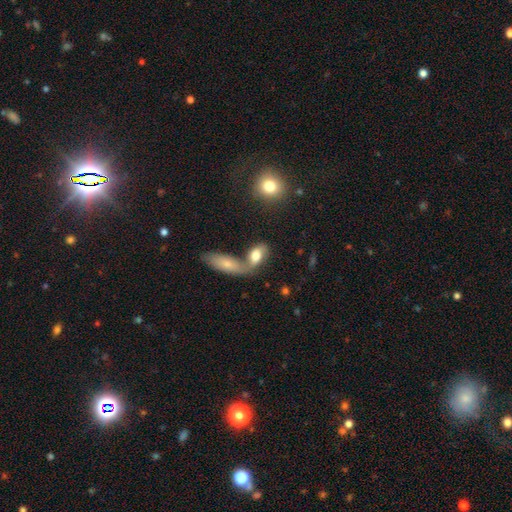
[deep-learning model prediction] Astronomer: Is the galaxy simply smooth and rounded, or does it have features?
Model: smooth — 71%.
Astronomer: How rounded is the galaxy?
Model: in between — 85%.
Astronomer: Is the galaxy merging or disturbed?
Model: merger — 56%.